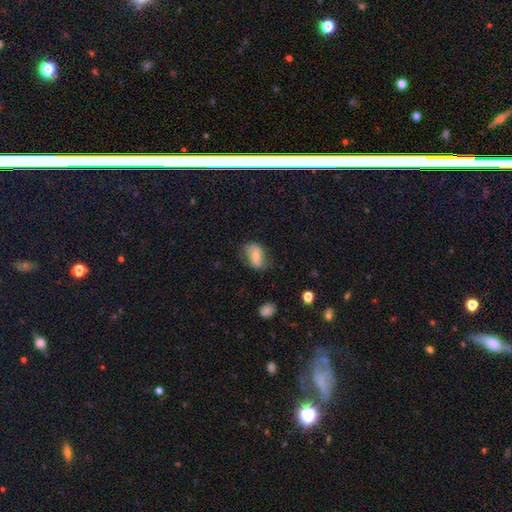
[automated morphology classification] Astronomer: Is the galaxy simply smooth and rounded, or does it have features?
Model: smooth — 62%.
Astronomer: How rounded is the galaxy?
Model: in between — 86%.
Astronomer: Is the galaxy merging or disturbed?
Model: none — 64%.